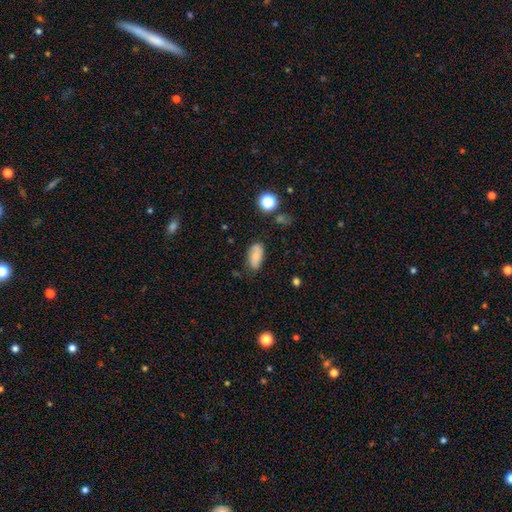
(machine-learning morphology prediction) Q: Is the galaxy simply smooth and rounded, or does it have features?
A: smooth — 75%.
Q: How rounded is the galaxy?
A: in between — 90%.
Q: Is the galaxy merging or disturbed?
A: none — 70%.